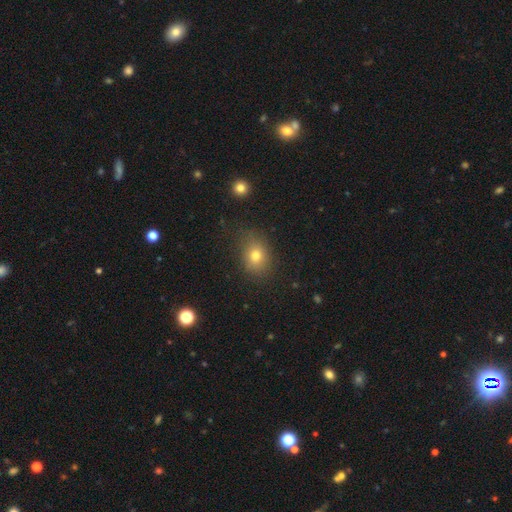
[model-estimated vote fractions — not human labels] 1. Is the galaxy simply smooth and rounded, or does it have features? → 76% smooth, 13% star or artifact, 11% featured or disk.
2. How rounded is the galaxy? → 51% in between, 48% round, 1% cigar-shaped.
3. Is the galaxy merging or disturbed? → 76% none, 17% minor disturbance, 6% major disturbance, 2% merger.